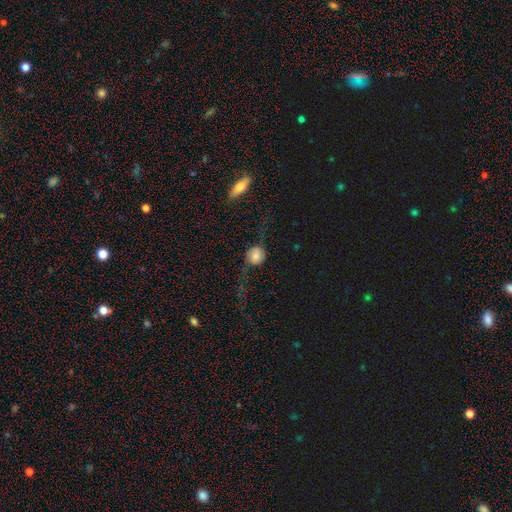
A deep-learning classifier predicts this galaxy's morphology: A smooth galaxy with no disk features (65%) that is round (83%).

Vote fractions:
- Smooth or featured? smooth: 65% / featured or disk: 25% / star or artifact: 9%
- How rounded? round: 83% / in between: 15% / cigar-shaped: 2%
- Merging? none: 49% / major disturbance: 27% / minor disturbance: 20% / merger: 4%